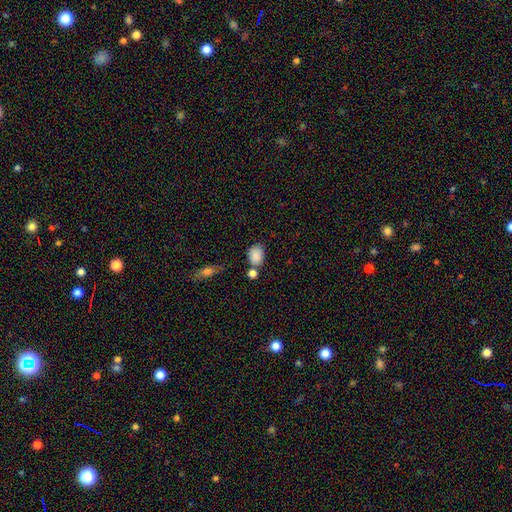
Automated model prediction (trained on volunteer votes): A smooth galaxy with no disk features (85%) that is in between round and cigar-shaped (68%).

Vote fractions:
- Smooth or featured? smooth: 85% / star or artifact: 9% / featured or disk: 6%
- How rounded? in between: 68% / round: 30% / cigar-shaped: 2%
- Merging? none: 61% / merger: 18% / minor disturbance: 16% / major disturbance: 5%